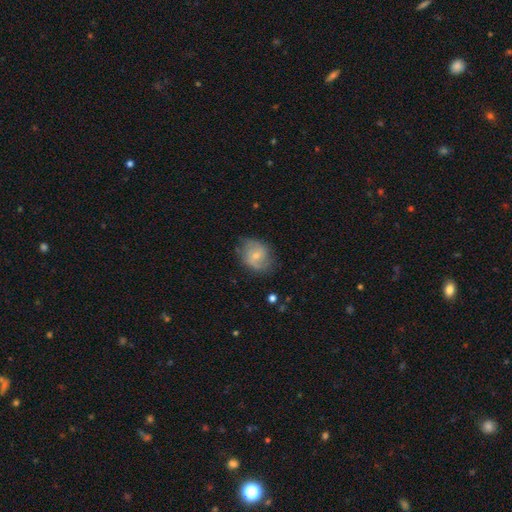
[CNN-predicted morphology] Smooth or featured?
  - featured or disk: 46% * (tied)
  - smooth: 46% * (tied)
  - star or artifact: 8%
Merging?
  - none: 66% *
  - minor disturbance: 24%
  - major disturbance: 9%
  - merger: 2%